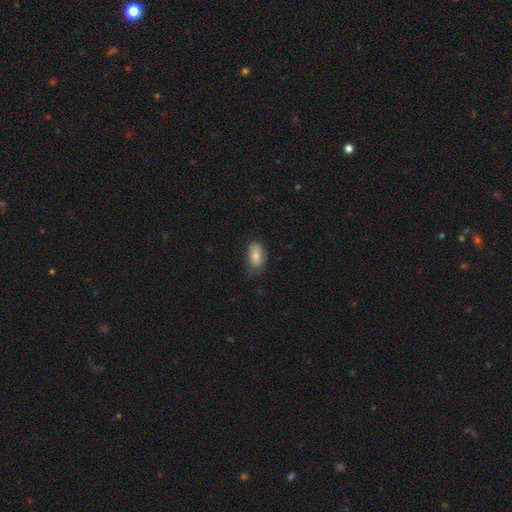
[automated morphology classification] Overall: smooth (75%). How rounded: in between (91%). Merging: none (67%).